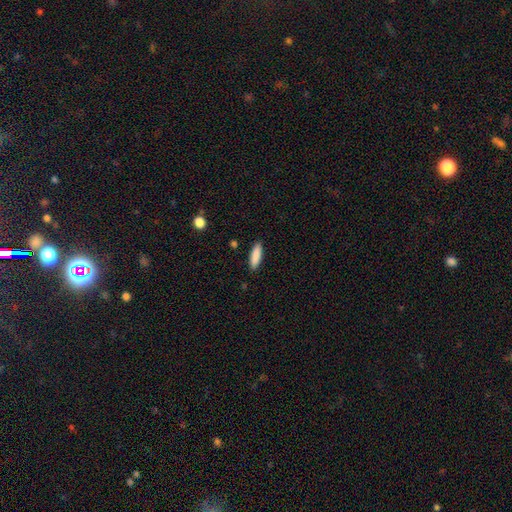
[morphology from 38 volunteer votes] Smooth or featured?
  - smooth: 89% *
  - featured or disk: 8%
  - star or artifact: 3%
How rounded?
  - cigar-shaped: 76% *
  - in between: 24%
  - round: 0%
Merging?
  - none: 92% *
  - minor disturbance: 8%
  - major disturbance: 0%
  - merger: 0%